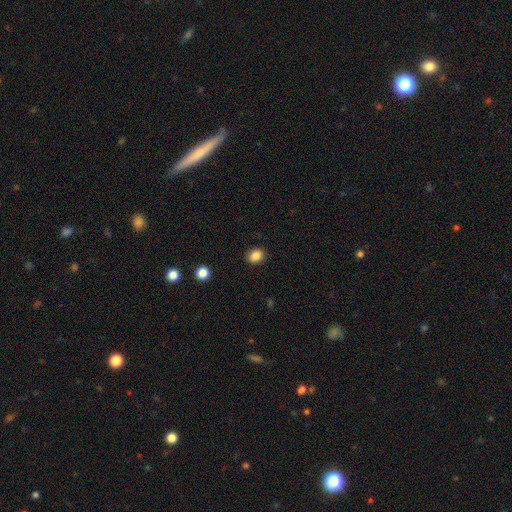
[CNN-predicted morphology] Q: Smooth or featured?
A: smooth (86%); runner-up: star or artifact (10%)
Q: How rounded?
A: round (61%); runner-up: in between (38%)
Q: Merging?
A: none (91%); runner-up: minor disturbance (6%)